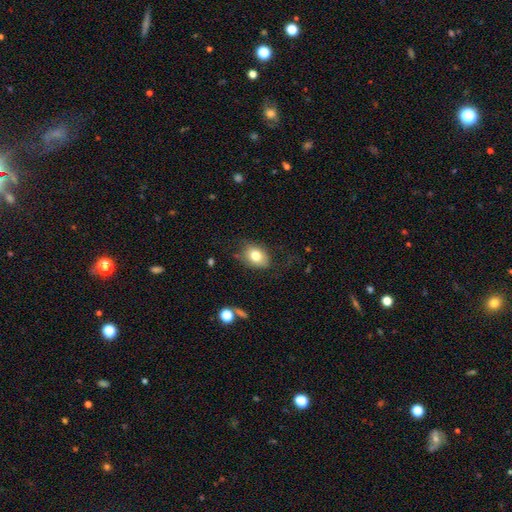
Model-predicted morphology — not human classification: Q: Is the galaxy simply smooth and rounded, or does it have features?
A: smooth — 77%.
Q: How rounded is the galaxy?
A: in between — 74%.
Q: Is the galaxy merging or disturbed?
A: none — 71%.